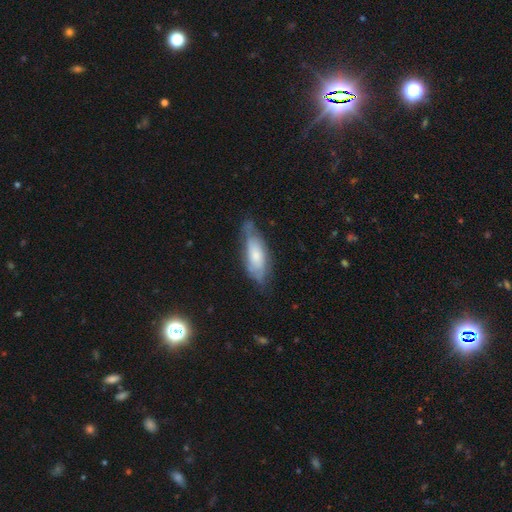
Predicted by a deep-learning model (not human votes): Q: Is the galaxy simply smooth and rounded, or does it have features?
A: smooth — 50%.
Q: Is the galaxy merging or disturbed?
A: none — 57%.